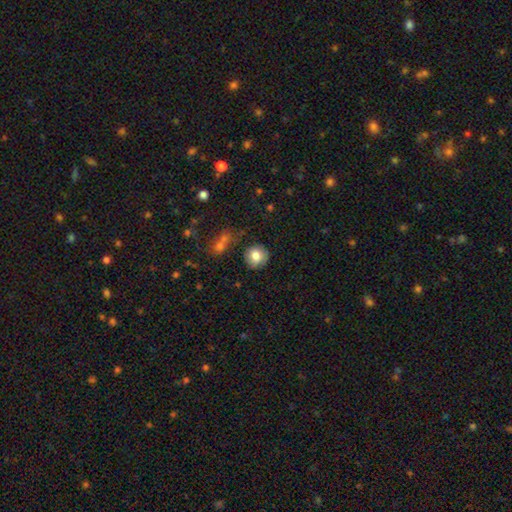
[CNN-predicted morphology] This appears to be a smooth galaxy with no disk features (81%) that is round (90%). Merging: none (81%).